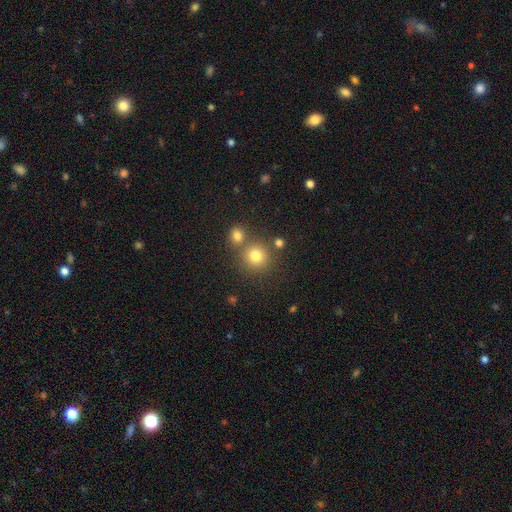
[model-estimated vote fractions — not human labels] smooth_or_featured: smooth (p=0.78) [alt: star or artifact p=0.15]
how_rounded: round (p=0.91) [alt: in between p=0.08]
merging: none (p=0.70) [alt: merger p=0.19]